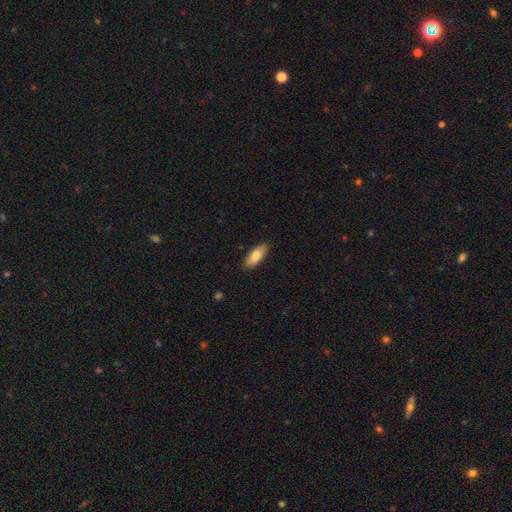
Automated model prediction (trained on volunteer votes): smooth 78%, featured or disk 17%, star or artifact 6%. Down the decision tree: how rounded — in between (77%); merging — none (89%).